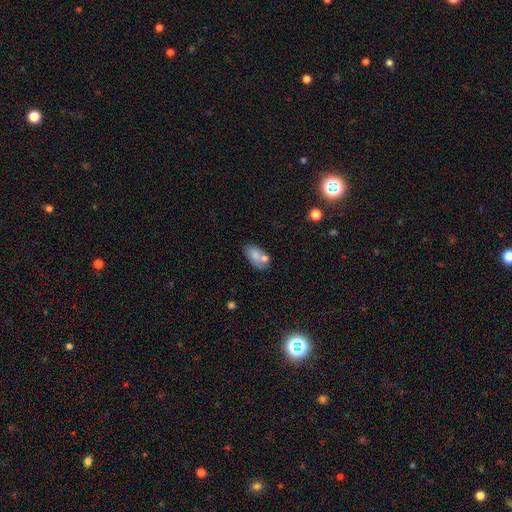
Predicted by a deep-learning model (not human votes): smooth 74%, featured or disk 17%, star or artifact 9%. Down the decision tree: how rounded — in between (91%); merging — none (51%).